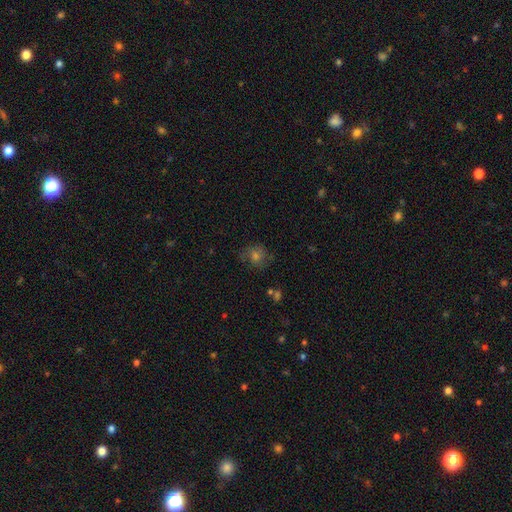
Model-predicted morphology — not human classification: The model was most divided on "smooth or featured": smooth: 52%, featured or disk: 25%, star or artifact: 23%. More confident: how rounded — round (79%); merging — none (73%).